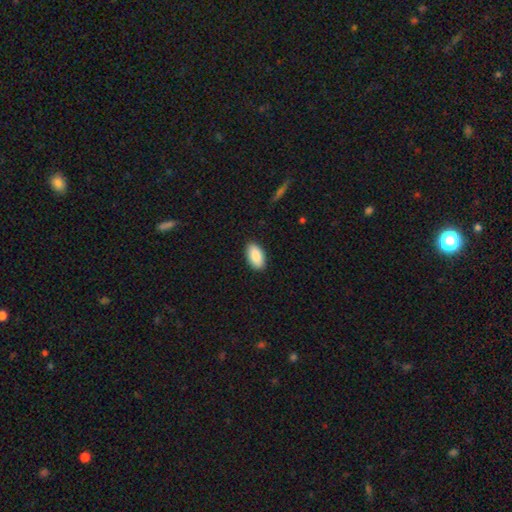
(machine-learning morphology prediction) This appears to be a smooth galaxy with no disk features (88%) that is in between round and cigar-shaped (95%). Merging: none (90%).